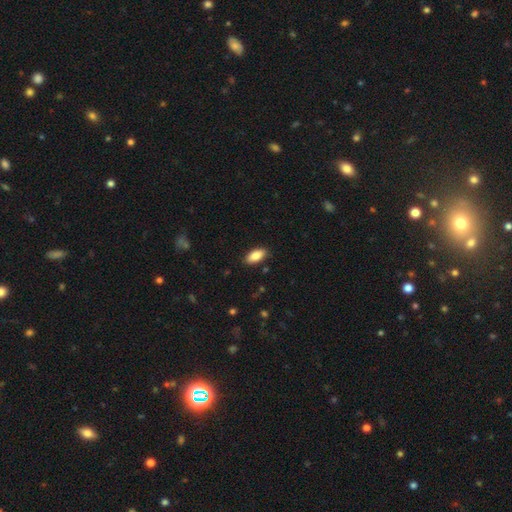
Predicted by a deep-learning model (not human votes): Q: Smooth or featured?
A: smooth (87%); runner-up: featured or disk (7%)
Q: How rounded?
A: in between (89%); runner-up: cigar-shaped (9%)
Q: Merging?
A: none (87%); runner-up: minor disturbance (9%)